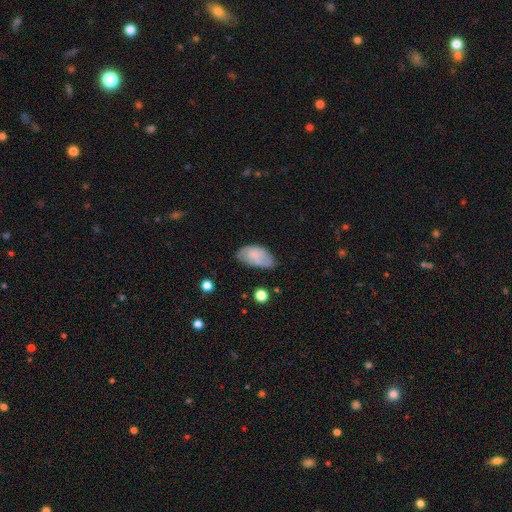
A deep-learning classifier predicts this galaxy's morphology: Overall: smooth (70%). How rounded: in between (94%). Merging: none (53%; minor disturbance 32%).